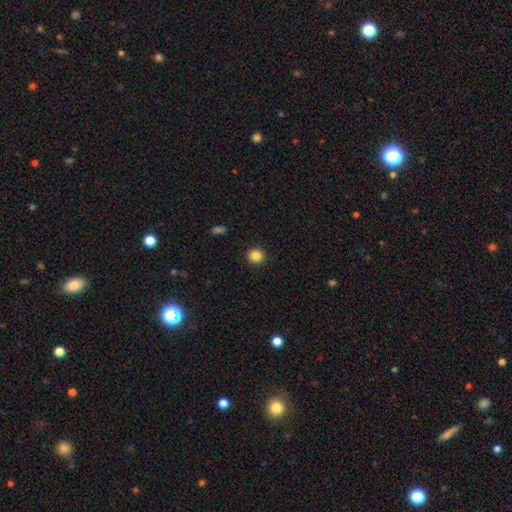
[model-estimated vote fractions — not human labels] Smooth or featured: smooth — 85% (star or artifact — 11%)
How rounded: round — 92% (in between — 7%)
Merging: none — 92% (minor disturbance — 5%)